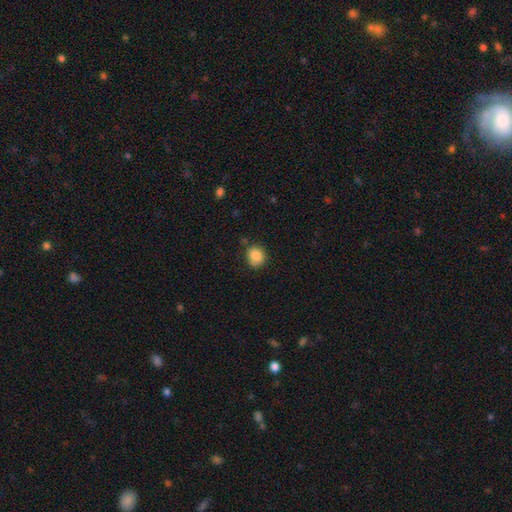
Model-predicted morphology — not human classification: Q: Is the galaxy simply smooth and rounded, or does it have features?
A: smooth — 87%.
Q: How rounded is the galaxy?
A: round — 66%.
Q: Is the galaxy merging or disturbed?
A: none — 73%.